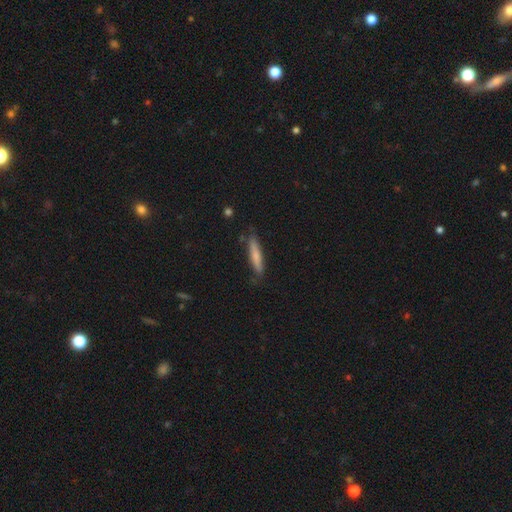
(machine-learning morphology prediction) A smooth galaxy with no disk features (71%) that is cigar-shaped (90%).

Vote fractions:
- Smooth or featured? smooth: 71% / featured or disk: 24% / star or artifact: 6%
- How rounded? cigar-shaped: 90% / in between: 9% / round: 1%
- Merging? none: 80% / minor disturbance: 16% / major disturbance: 3% / merger: 2%